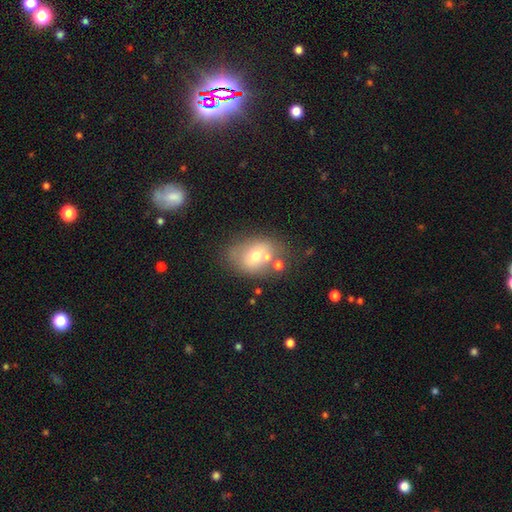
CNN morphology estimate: Q: Smooth or featured?
A: smooth (59%); runner-up: featured or disk (30%)
Q: How rounded?
A: in between (66%); runner-up: round (33%)
Q: Merging?
A: none (54%); runner-up: merger (20%)